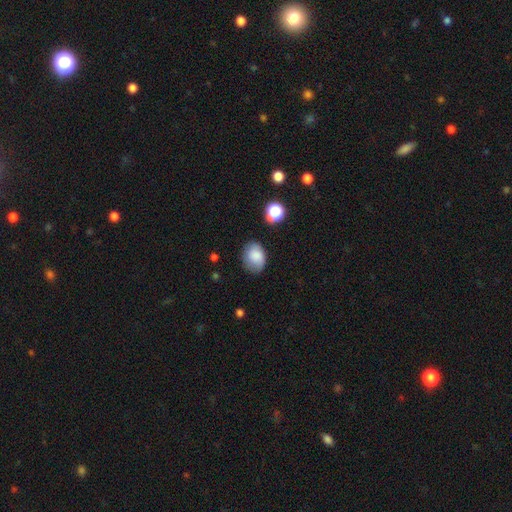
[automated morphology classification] A smooth galaxy with no disk features (83%) that is in between round and cigar-shaped (66%).

Vote fractions:
- Smooth or featured? smooth: 83% / star or artifact: 9% / featured or disk: 8%
- How rounded? in between: 66% / round: 33% / cigar-shaped: 1%
- Merging? none: 69% / minor disturbance: 23% / major disturbance: 5% / merger: 3%